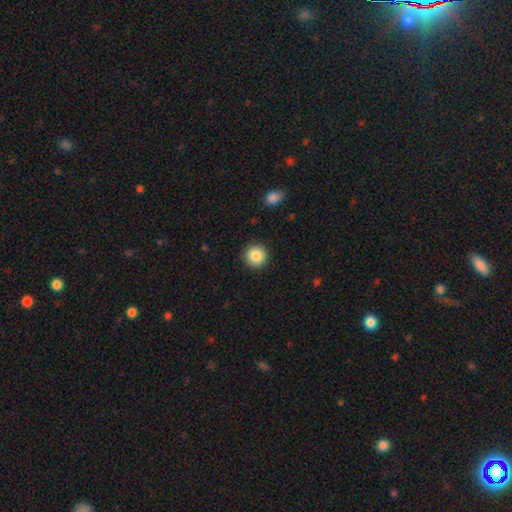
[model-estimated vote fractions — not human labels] This is clearly a smooth galaxy (86%). How rounded: clearly round (95%). Merging: clearly none (92%).